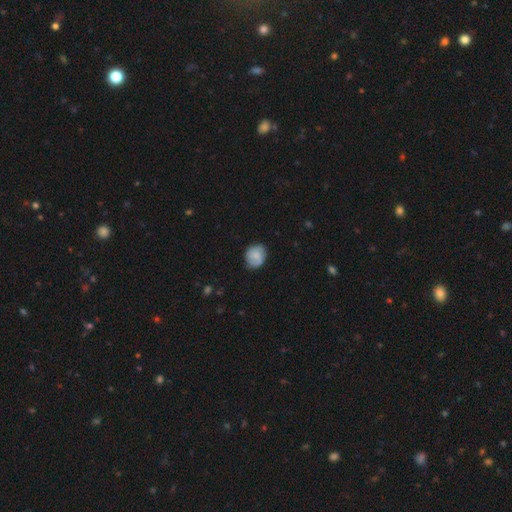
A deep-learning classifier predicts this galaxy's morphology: Overall: smooth (64%; featured or disk 28%). How rounded: round (62%; in between 37%). Merging: none (74%).